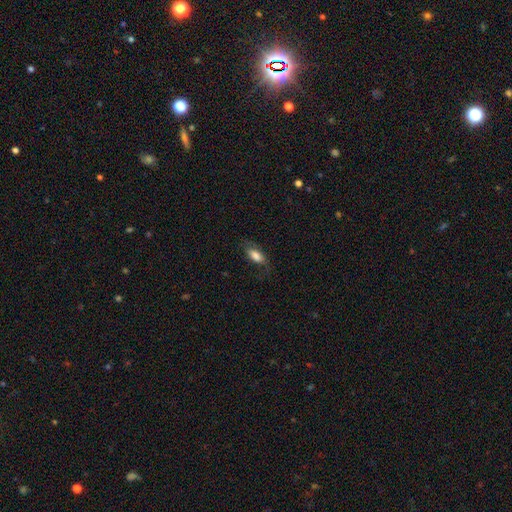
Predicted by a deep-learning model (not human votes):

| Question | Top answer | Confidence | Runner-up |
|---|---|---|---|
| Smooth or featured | smooth | 76% | featured or disk (16%) |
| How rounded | in between | 82% | cigar-shaped (14%) |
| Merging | none | 66% | minor disturbance (21%) |